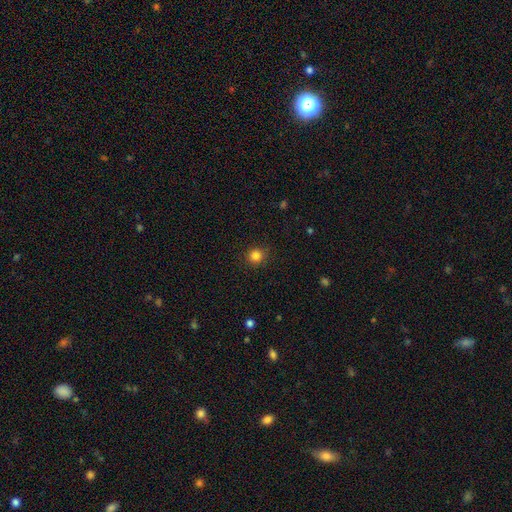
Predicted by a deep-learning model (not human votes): Smooth or featured: smooth — 83% (star or artifact — 13%)
How rounded: round — 92% (in between — 7%)
Merging: none — 90% (minor disturbance — 7%)